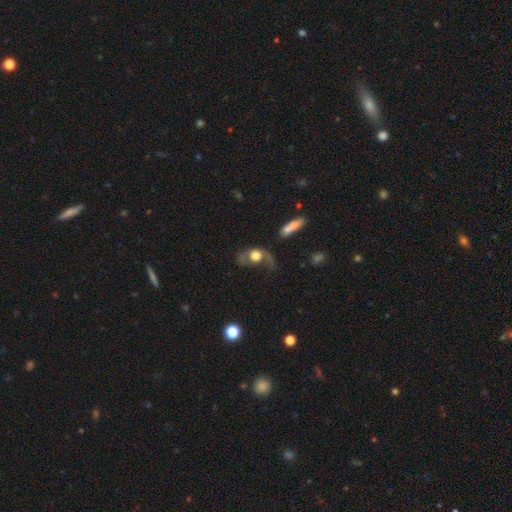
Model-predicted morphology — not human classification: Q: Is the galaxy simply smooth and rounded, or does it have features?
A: smooth — 50%.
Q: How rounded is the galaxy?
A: in between — 51%.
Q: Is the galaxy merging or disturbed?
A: major disturbance — 46%.